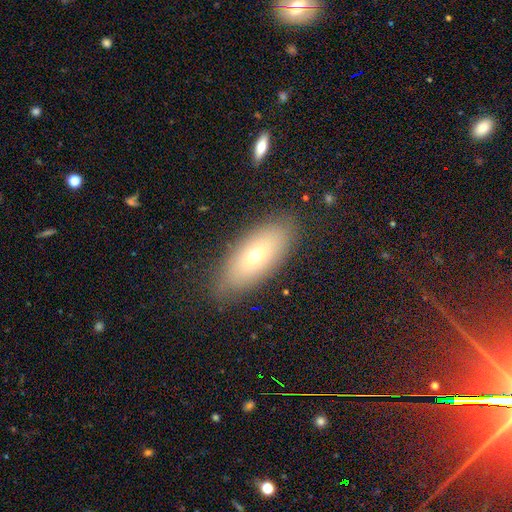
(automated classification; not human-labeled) smooth 65%, featured or disk 25%, star or artifact 10%. Down the decision tree: how rounded — in between (83%); merging — none (83%).